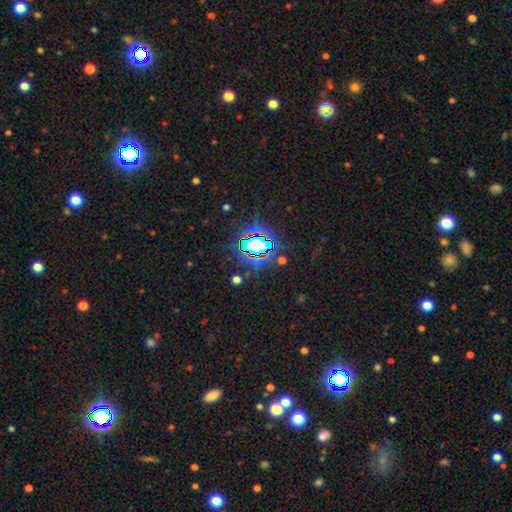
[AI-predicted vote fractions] Overall: star or artifact (74%).